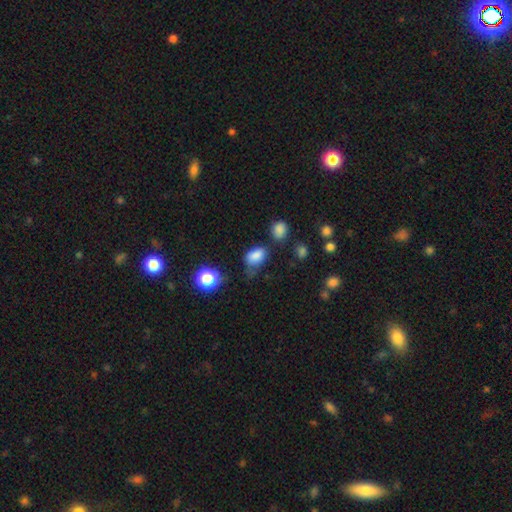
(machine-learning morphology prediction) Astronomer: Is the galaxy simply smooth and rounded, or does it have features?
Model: smooth — 82%.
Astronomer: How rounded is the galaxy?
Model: in between — 83%.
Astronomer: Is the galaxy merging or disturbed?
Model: none — 45% (runner-up: minor disturbance, 32%).